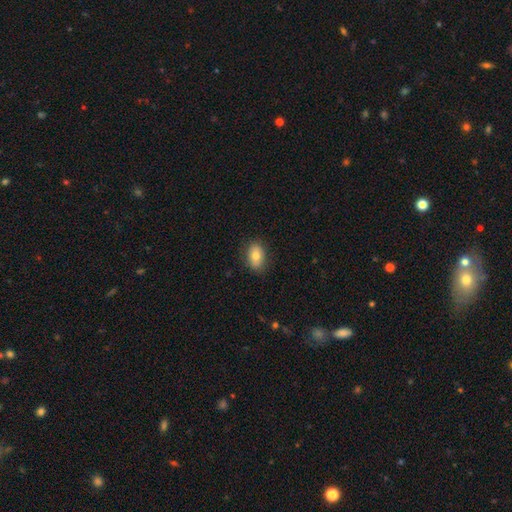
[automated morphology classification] Smooth or featured?
  - smooth: 78% *
  - featured or disk: 14%
  - star or artifact: 8%
How rounded?
  - in between: 83% *
  - round: 15%
  - cigar-shaped: 2%
Merging?
  - none: 85% *
  - minor disturbance: 11%
  - major disturbance: 3%
  - merger: 1%